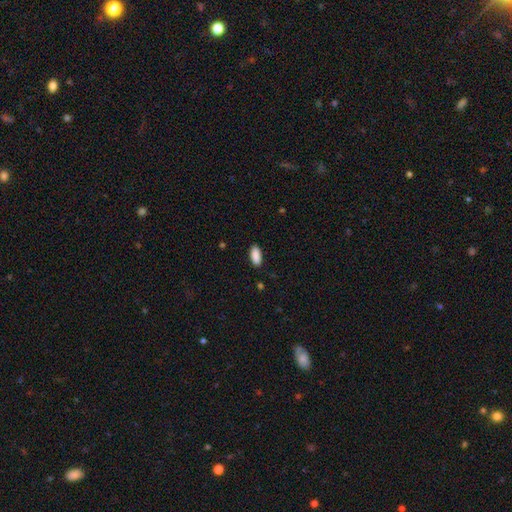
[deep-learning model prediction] smooth-or-featured: smooth: 90% | star or artifact: 6% | featured or disk: 4%
  how-rounded: in between: 86% | cigar-shaped: 12% | round: 2%
  merging: none: 88% | minor disturbance: 9% | major disturbance: 2% | merger: 1%